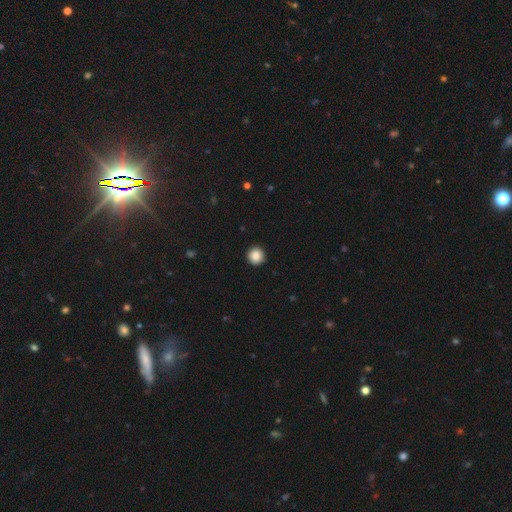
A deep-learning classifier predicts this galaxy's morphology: Smooth or featured?
  - smooth: 88% *
  - star or artifact: 9%
  - featured or disk: 3%
How rounded?
  - round: 96% *
  - in between: 3%
  - cigar-shaped: 1%
Merging?
  - none: 93% *
  - minor disturbance: 5%
  - major disturbance: 2%
  - merger: 1%